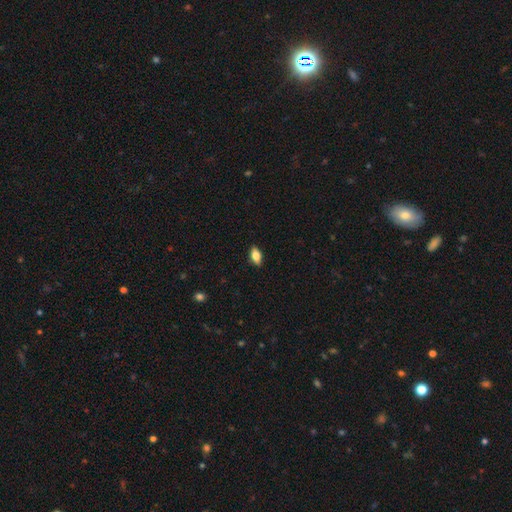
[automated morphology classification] Smooth or featured: smooth — 74% (featured or disk — 18%)
How rounded: in between — 86% (cigar-shaped — 10%)
Merging: none — 88% (minor disturbance — 9%)